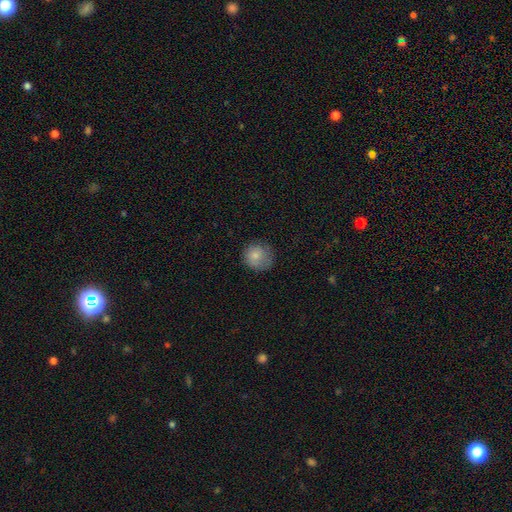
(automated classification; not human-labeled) Smooth or featured? smooth (82%)
How rounded? round (89%)
Merging? none (73%)